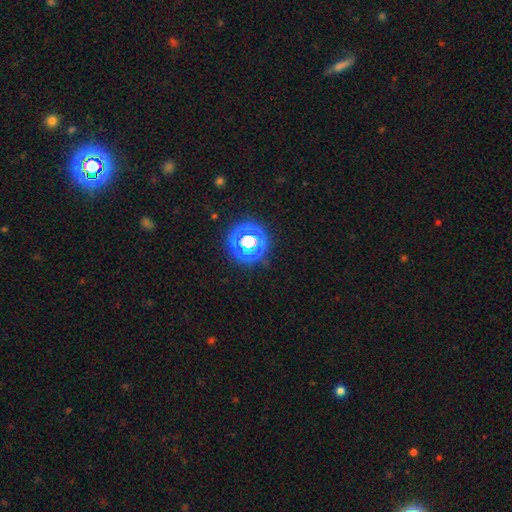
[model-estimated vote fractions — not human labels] Overall: star or artifact (64%; smooth 31%).